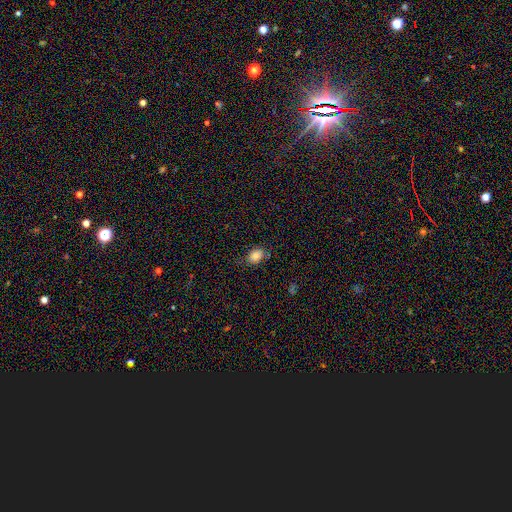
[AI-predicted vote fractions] A smooth galaxy with no disk features (84%) that is in between round and cigar-shaped (72%).

Vote fractions:
- Smooth or featured? smooth: 84% / star or artifact: 10% / featured or disk: 6%
- How rounded? in between: 72% / round: 27% / cigar-shaped: 1%
- Merging? none: 76% / minor disturbance: 18% / major disturbance: 4% / merger: 2%